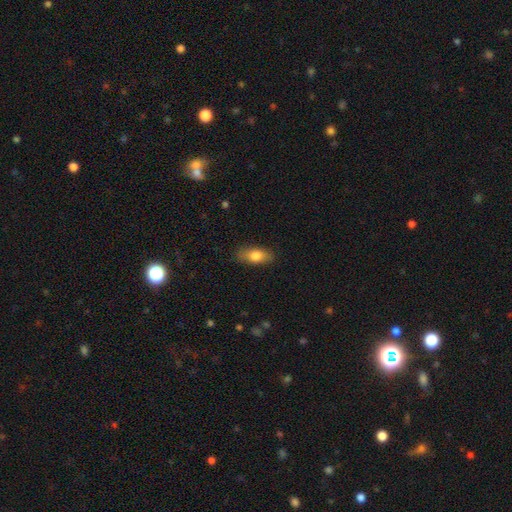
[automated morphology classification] Smooth or featured? Predicted: smooth (p=0.77). How rounded? Predicted: in between (p=0.81). Merging? Predicted: none (p=0.83).